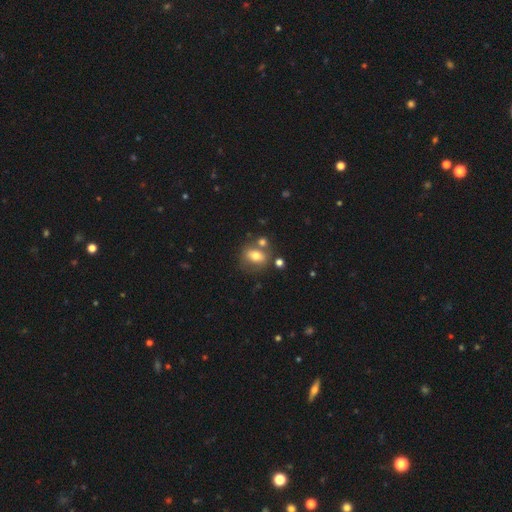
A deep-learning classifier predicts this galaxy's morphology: This appears to be a smooth galaxy with no disk features (71%) that is in between round and cigar-shaped (65%). Merging: none (59%).